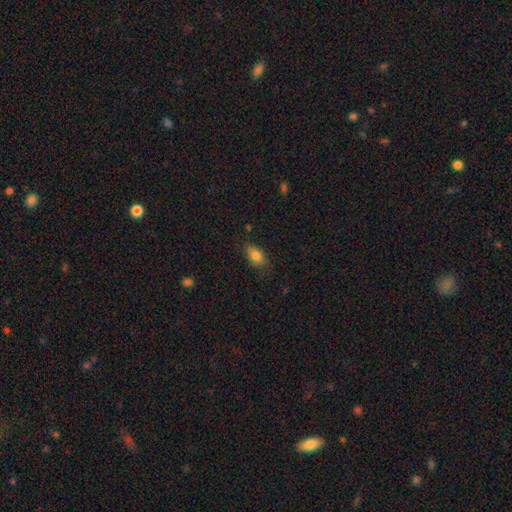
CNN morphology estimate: Smooth or featured? smooth (81%)
How rounded? in between (85%)
Merging? none (73%)